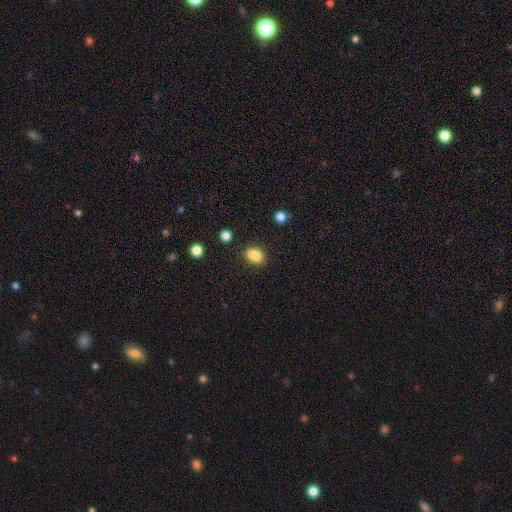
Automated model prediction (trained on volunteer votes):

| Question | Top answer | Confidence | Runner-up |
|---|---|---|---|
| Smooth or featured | smooth | 81% | star or artifact (11%) |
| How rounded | in between | 64% | round (34%) |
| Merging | none | 63% | merger (16%) |